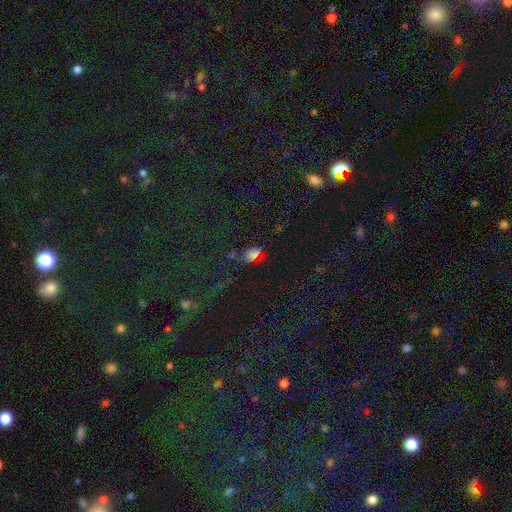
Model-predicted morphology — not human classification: Smooth or featured? smooth (47%)
Merging? none (66%)